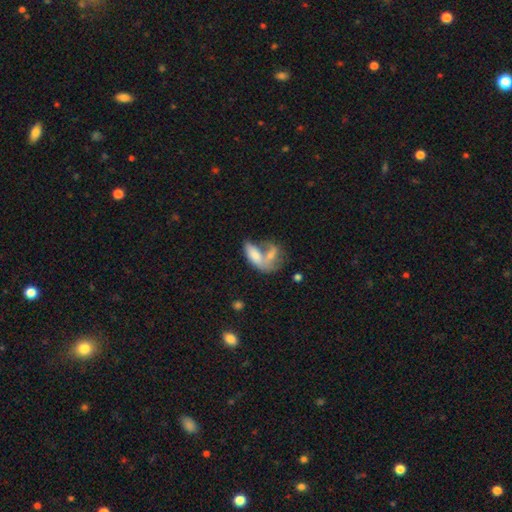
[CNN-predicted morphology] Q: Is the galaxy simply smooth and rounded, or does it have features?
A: smooth — 67%.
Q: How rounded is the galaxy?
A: in between — 81%.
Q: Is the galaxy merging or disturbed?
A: merger — 65%.